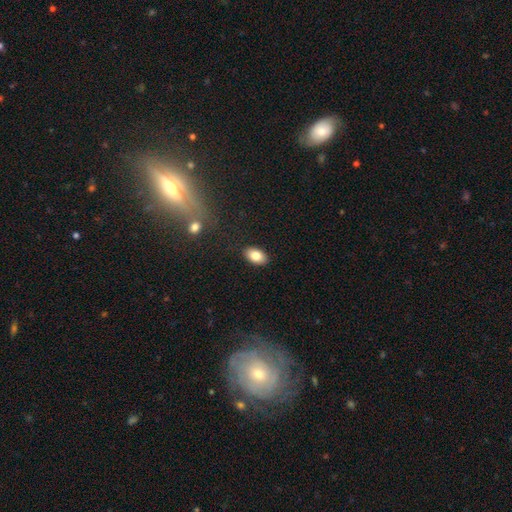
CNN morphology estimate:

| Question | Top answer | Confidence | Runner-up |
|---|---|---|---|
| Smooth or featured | smooth | 83% | featured or disk (9%) |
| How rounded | in between | 91% | round (7%) |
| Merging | none | 89% | minor disturbance (8%) |